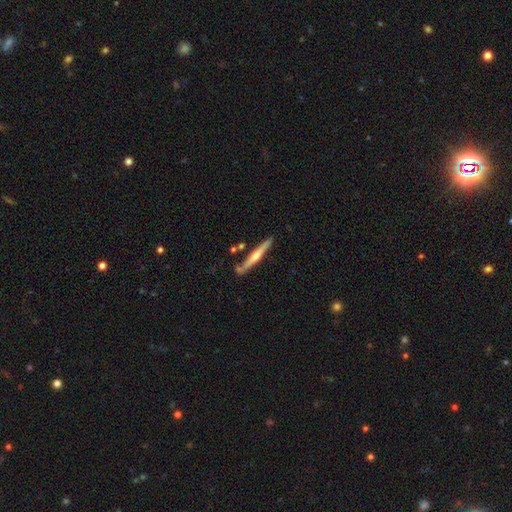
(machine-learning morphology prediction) This is likely a featured or disk galaxy (64%). It is clearly viewed edge-on (97%). Edge-on bulge: clearly rounded (80%). Merging: likely none (79%).